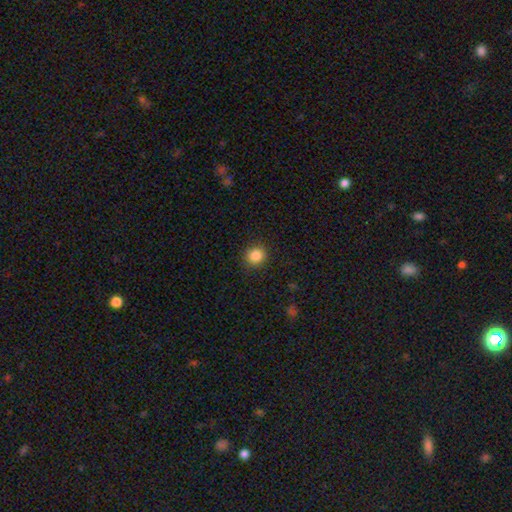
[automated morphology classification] smooth-or-featured: smooth: 86% | star or artifact: 10% | featured or disk: 4%
  how-rounded: round: 90% | in between: 9% | cigar-shaped: 1%
  merging: none: 91% | minor disturbance: 6% | major disturbance: 2% | merger: 1%